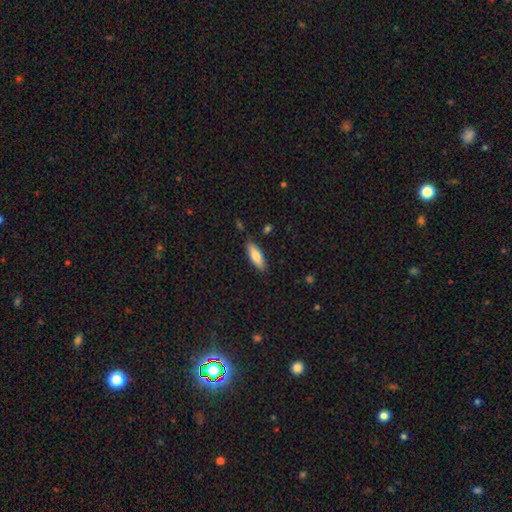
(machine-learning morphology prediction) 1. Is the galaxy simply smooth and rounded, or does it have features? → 81% smooth, 13% featured or disk, 6% star or artifact.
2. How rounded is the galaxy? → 60% in between, 38% cigar-shaped, 2% round.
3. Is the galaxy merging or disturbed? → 84% none, 12% minor disturbance, 2% major disturbance, 2% merger.